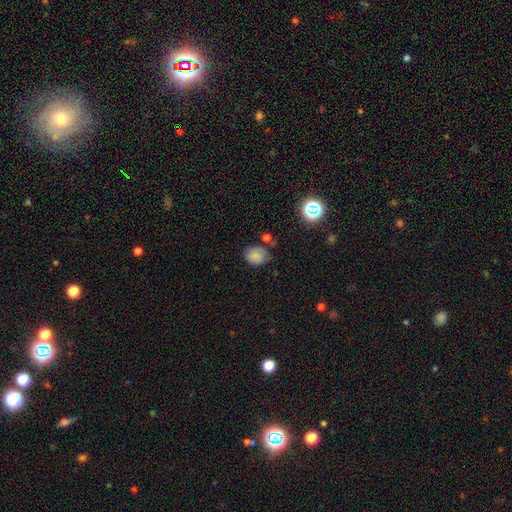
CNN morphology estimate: smooth_or_featured: smooth (p=0.77) [alt: star or artifact p=0.13]
how_rounded: round (p=0.61) [alt: in between p=0.38]
merging: none (p=0.64) [alt: minor disturbance p=0.25]